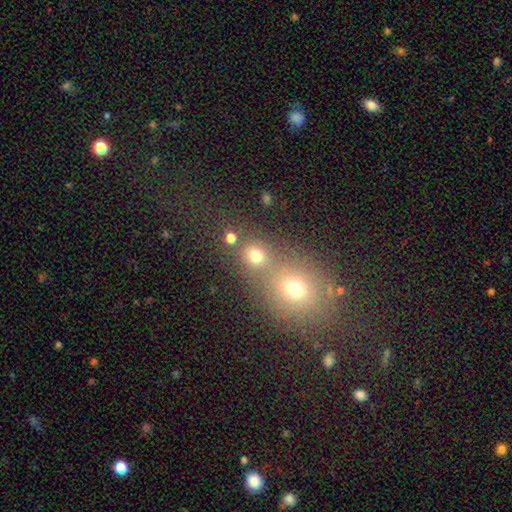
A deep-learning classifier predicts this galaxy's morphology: Smooth or featured?
  - smooth: 74% *
  - star or artifact: 18%
  - featured or disk: 8%
How rounded?
  - round: 82% *
  - in between: 17%
  - cigar-shaped: 1%
Merging?
  - none: 50% *
  - merger: 40%
  - minor disturbance: 6%
  - major disturbance: 4%